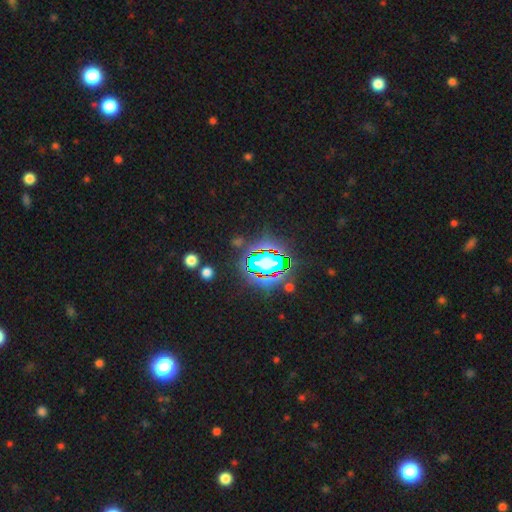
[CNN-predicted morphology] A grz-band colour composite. It shows a star or artifact, not a galaxy (78%).